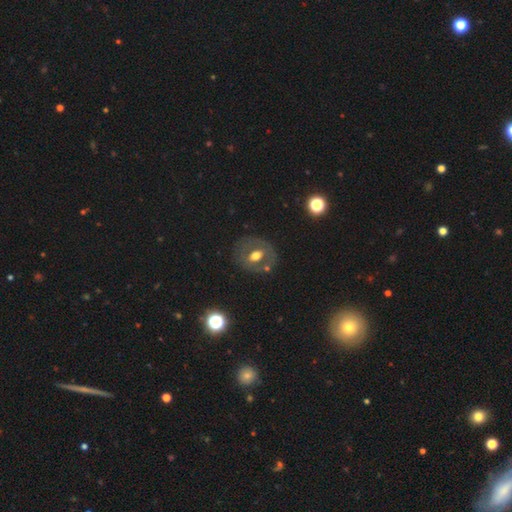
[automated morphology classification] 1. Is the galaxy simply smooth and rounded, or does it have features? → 47% featured or disk, 43% smooth, 10% star or artifact.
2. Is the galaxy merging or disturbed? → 76% none, 14% minor disturbance, 6% major disturbance, 4% merger.